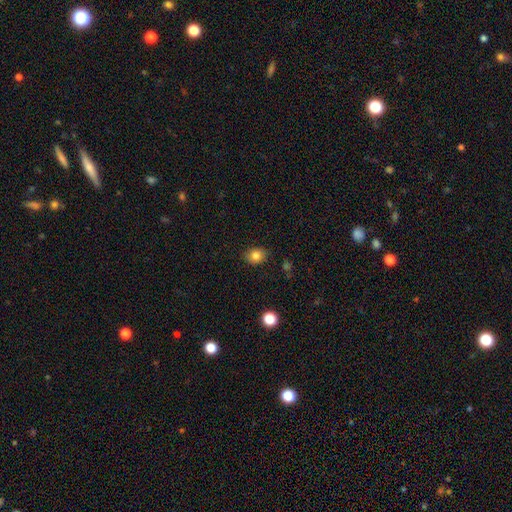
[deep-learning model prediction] smooth-or-featured: smooth: 84% | star or artifact: 10% | featured or disk: 6%
  how-rounded: in between: 50% | round: 49% | cigar-shaped: 1%
  merging: none: 85% | minor disturbance: 11% | major disturbance: 3% | merger: 1%